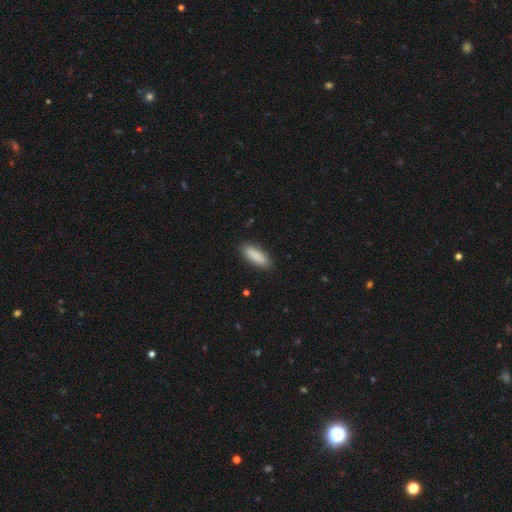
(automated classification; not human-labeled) The model was most divided on "how rounded": in between: 62%, cigar-shaped: 37%, round: 2%. More confident: smooth or featured — smooth (89%); merging — none (87%).